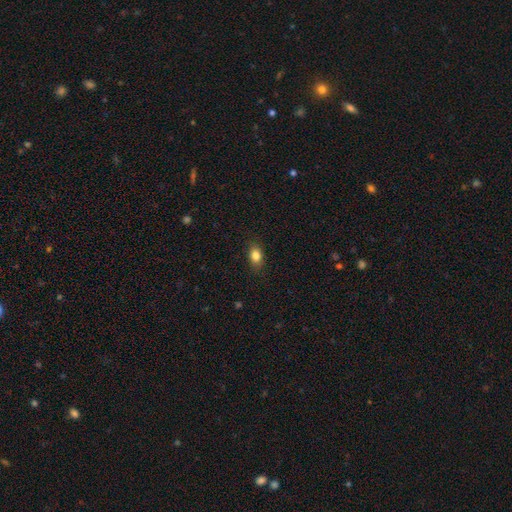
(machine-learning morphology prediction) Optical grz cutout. It shows a smooth galaxy with no disk features (84%) that is in between round and cigar-shaped (78%). Merging: none (86%).